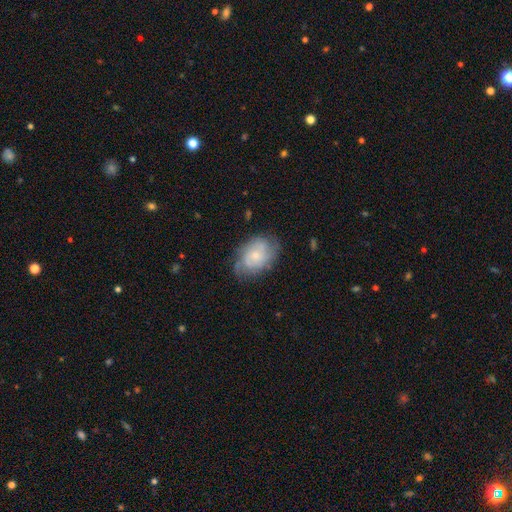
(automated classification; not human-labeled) featured or disk 50%, smooth 42%, star or artifact 8%. Down the decision tree: edge-on disk — no (96%); merging — none (64%).